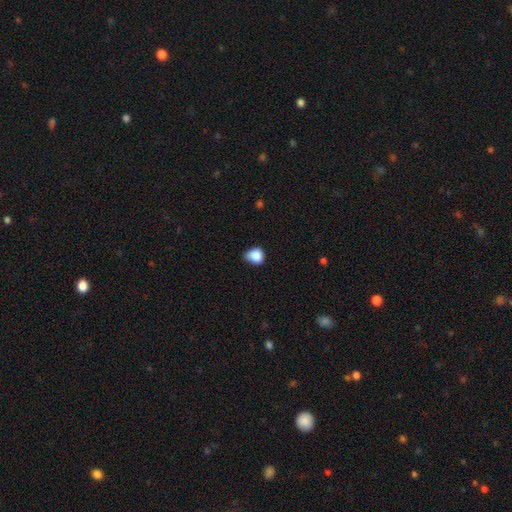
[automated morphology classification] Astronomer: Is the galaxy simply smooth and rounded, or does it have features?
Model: smooth — 86%.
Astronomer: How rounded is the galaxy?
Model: round — 64%.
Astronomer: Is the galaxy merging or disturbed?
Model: none — 49% (runner-up: minor disturbance, 41%).